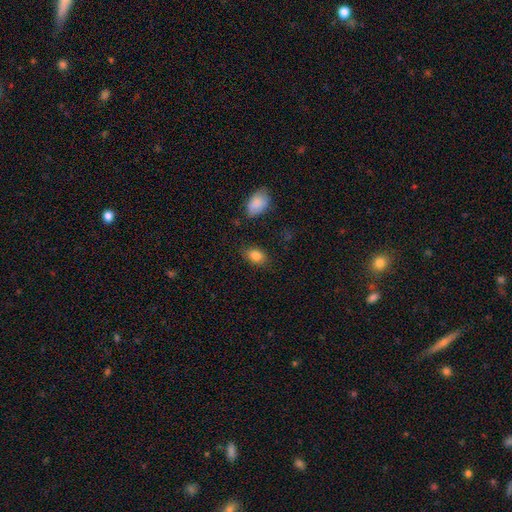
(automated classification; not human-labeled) Morphology: type=smooth (84%); roundness=in between (83%); merging=none (81%).